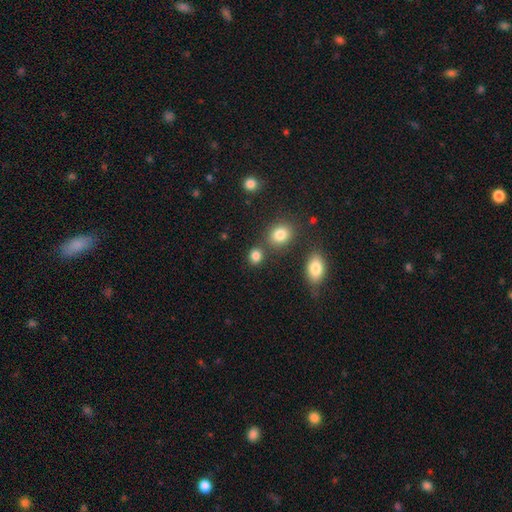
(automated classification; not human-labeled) Smooth or featured? Predicted: smooth (p=0.83). How rounded? Predicted: round (p=0.68). Merging? Predicted: none (p=0.73).